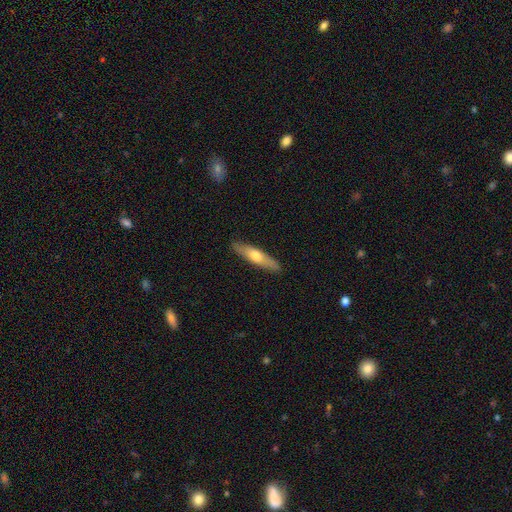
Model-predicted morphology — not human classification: smooth 53%, featured or disk 42%, star or artifact 5%. Down the decision tree: how rounded — cigar-shaped (77%); merging — none (89%).